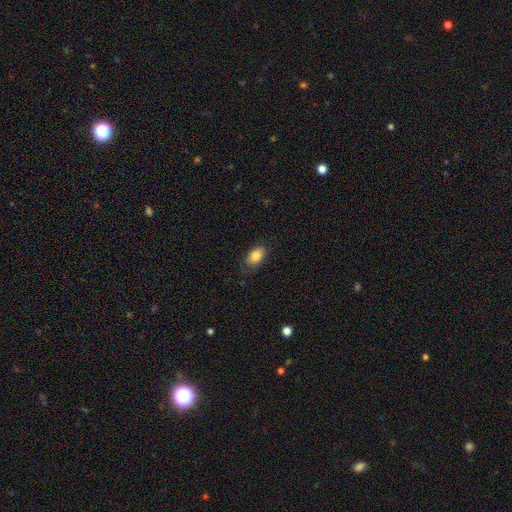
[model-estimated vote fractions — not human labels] smooth-or-featured: smooth: 84% | featured or disk: 8% | star or artifact: 7%
  how-rounded: in between: 89% | round: 9% | cigar-shaped: 2%
  merging: none: 80% | minor disturbance: 16% | major disturbance: 4% | merger: 1%